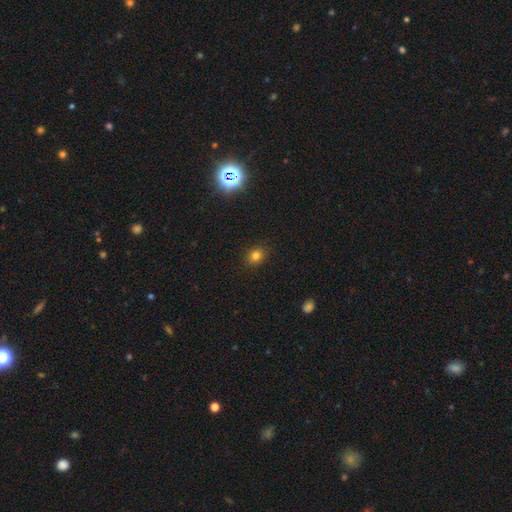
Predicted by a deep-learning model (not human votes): This appears to be a smooth galaxy with no disk features (78%) that is round (59%). Merging: none (89%).